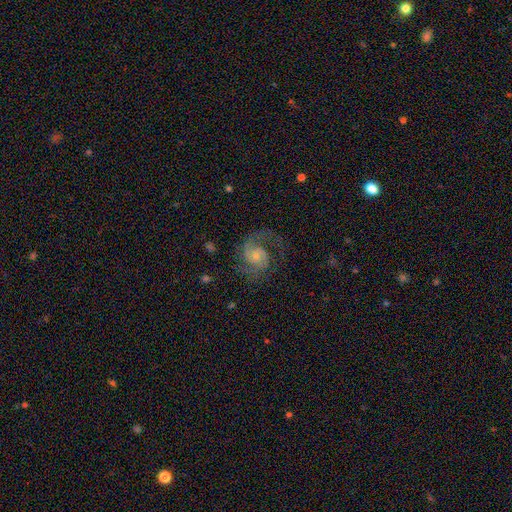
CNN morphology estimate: smooth-or-featured: featured or disk: 86% | smooth: 7% | star or artifact: 7%
  disk-edge-on: no: 98% | yes: 2%
    bar: no: 61% | weak: 33% | strong: 6%
    has-spiral-arms: yes: 97% | no: 3%
      spiral-winding: medium: 54% | tight: 25% | loose: 20%
      spiral-arm-count: 2: 80% | 1: 9% | can't tell: 5% | 3: 3% | 4: 2% | more than 4: 2%
    bulge-size: small: 58% | moderate: 30% | none: 7% | large: 4% | dominant: 1%
  merging: none: 69% | minor disturbance: 15% | major disturbance: 14% | merger: 2%